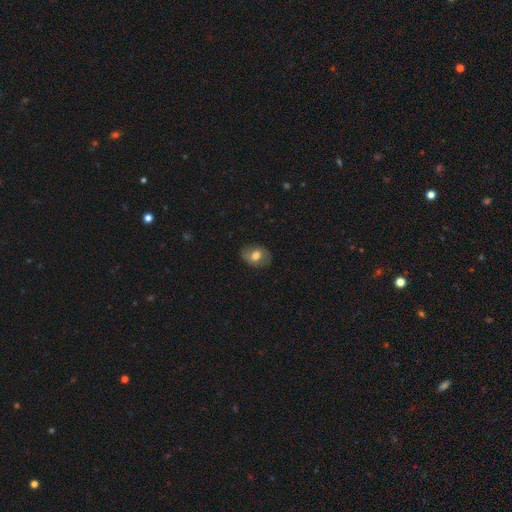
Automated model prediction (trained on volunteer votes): A smooth galaxy with no disk features (63%) that is in between round and cigar-shaped (68%). Merging: none (77%).